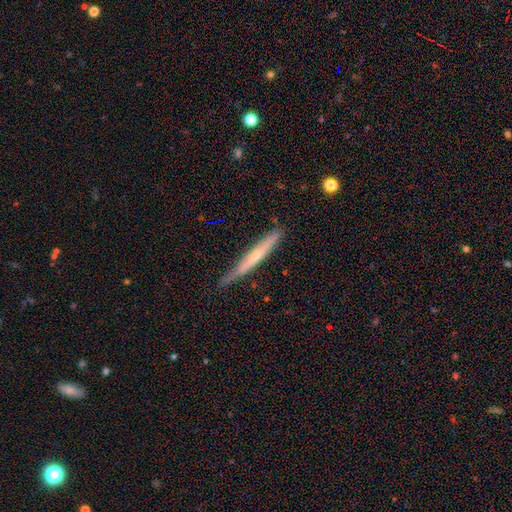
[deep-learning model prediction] featured or disk 52%, smooth 42%, star or artifact 6%. Down the decision tree: edge-on disk — yes (95%); merging — none (79%).